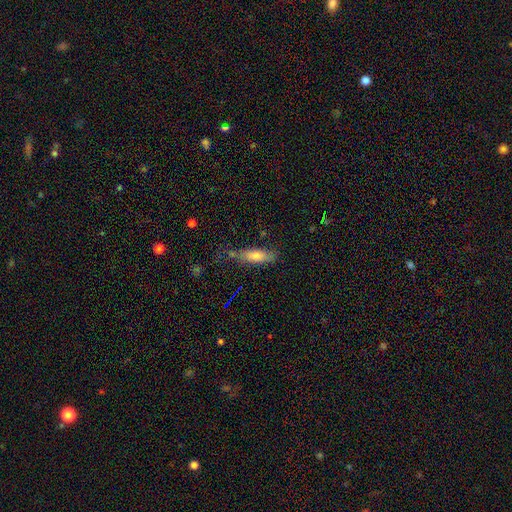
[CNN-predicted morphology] type=smooth (71%); roundness=in between (50%); merging=none (63%).